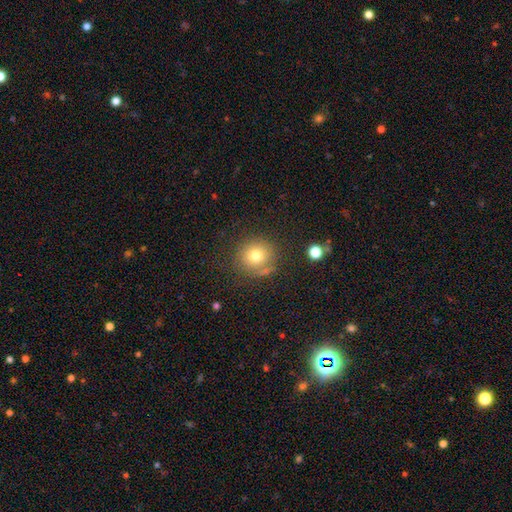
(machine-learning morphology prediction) smooth_or_featured: smooth (p=0.75) [alt: star or artifact p=0.13]
how_rounded: round (p=0.89) [alt: in between p=0.10]
merging: none (p=0.75) [alt: minor disturbance p=0.13]